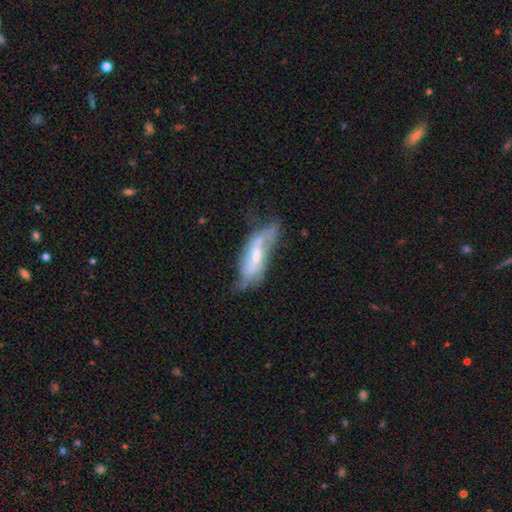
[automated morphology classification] The model was most divided on "bar": weak: 41%, no: 39%, strong: 21%. Remaining: edge-on disk — no (81%); spiral arms — yes (70%); smooth or featured — featured or disk (66%); bulge size — moderate (48%); merging — none (39%).